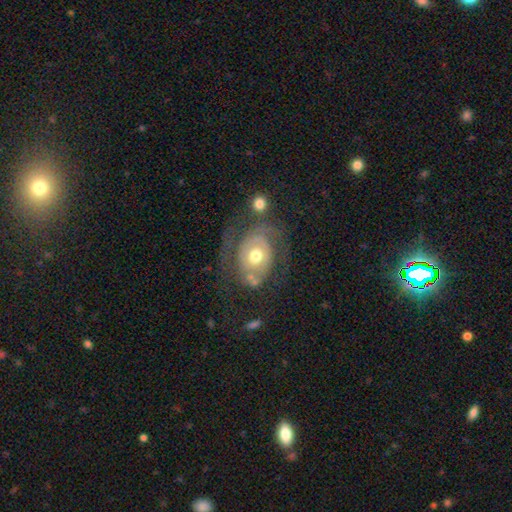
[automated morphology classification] A featured or disk galaxy (67%) with no bar (82%), spiral arms (64%) and a moderate central bulge (75%).

Vote fractions:
- Smooth or featured? featured or disk: 67% / smooth: 26% / star or artifact: 7%
- Edge-on disk? no: 95% / yes: 5%
- Bar? no: 82% / weak: 14% / strong: 4%
- Spiral arms? yes: 64% / no: 36%
- Bulge size? moderate: 75% / small: 15% / large: 8% / dominant: 1% / none: 1%
- Merging? none: 48% / major disturbance: 23% / minor disturbance: 21% / merger: 8%